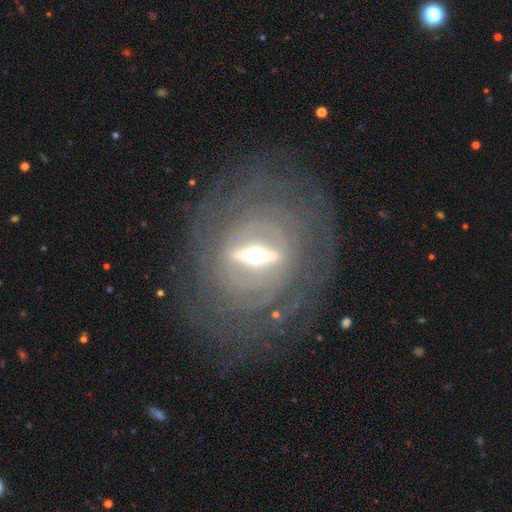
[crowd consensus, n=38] This appears to be a featured or disk galaxy (87%) with a strong bar (69%), tight (81%) spiral arms (81%) and a moderate central bulge (50%). Merging: none (64%).